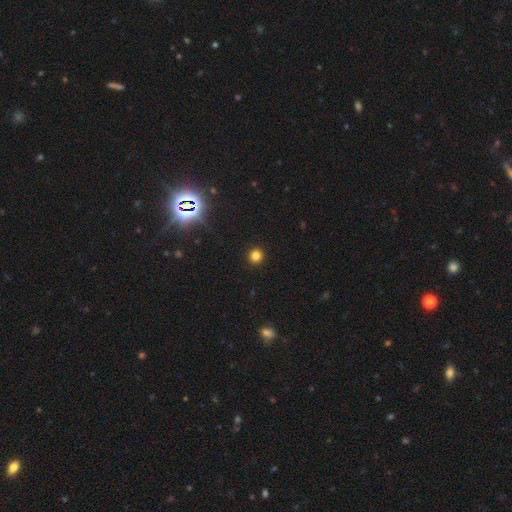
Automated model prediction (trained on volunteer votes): smooth 80%, star or artifact 15%, featured or disk 4%. Down the decision tree: how rounded — round (94%); merging — none (93%).